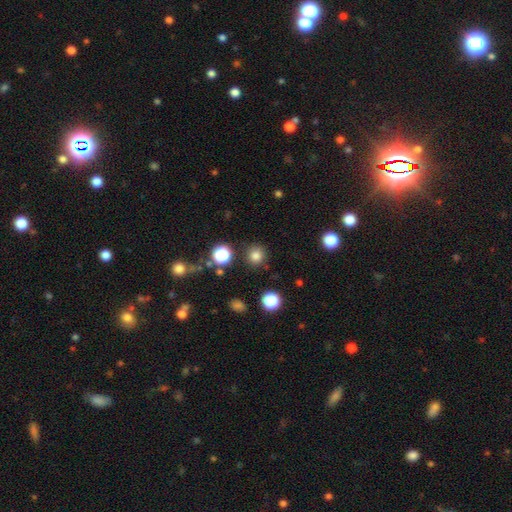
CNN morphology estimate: A smooth galaxy with no disk features (80%) that is round (93%). Merging: none (88%).